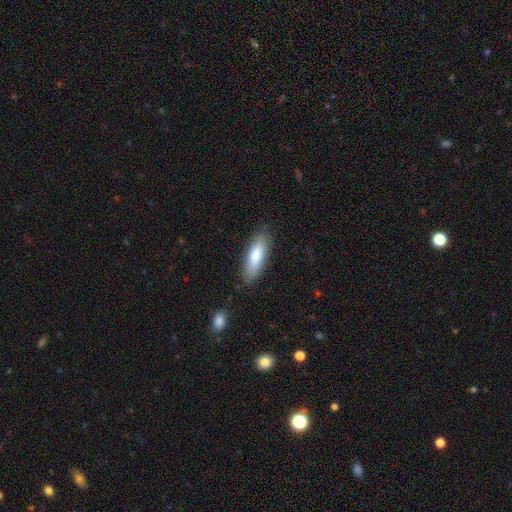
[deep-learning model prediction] Q: Smooth or featured?
A: smooth (80%); runner-up: featured or disk (14%)
Q: How rounded?
A: cigar-shaped (52%); runner-up: in between (47%)
Q: Merging?
A: none (85%); runner-up: minor disturbance (11%)